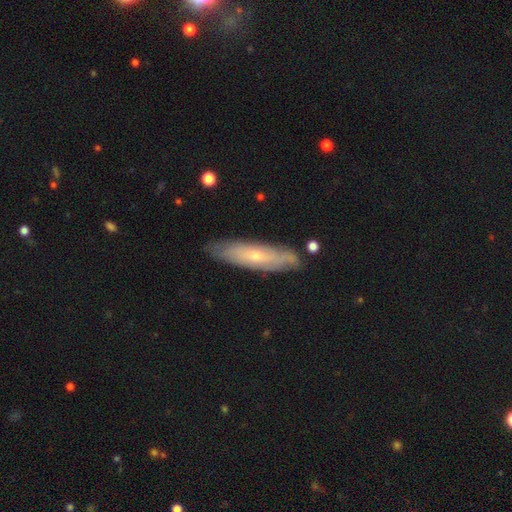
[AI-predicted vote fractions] A featured or disk galaxy (54%).

Vote fractions:
- Smooth or featured? featured or disk: 54% / smooth: 40% / star or artifact: 6%
- Edge-on disk? no: 57% / yes: 43%
- Merging? none: 80% / minor disturbance: 15% / major disturbance: 3% / merger: 2%